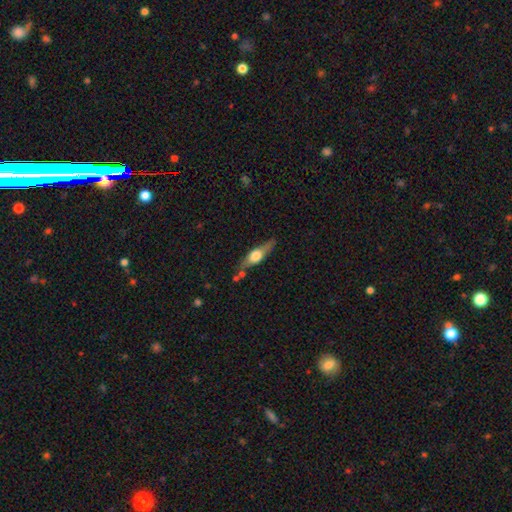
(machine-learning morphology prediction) Smooth or featured? featured or disk (60%)
Edge-on disk? yes (92%)
Edge-on bulge? rounded (93%)
Merging? none (75%)